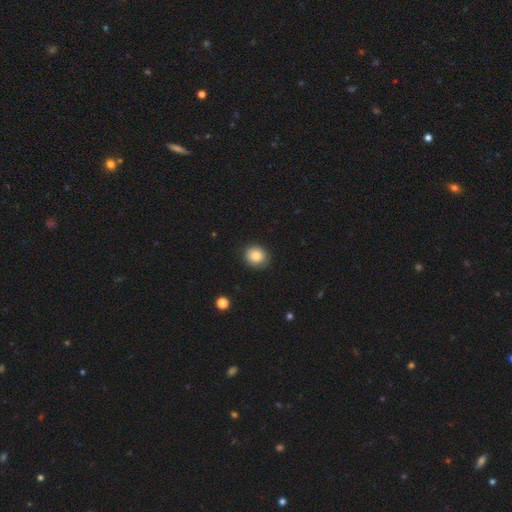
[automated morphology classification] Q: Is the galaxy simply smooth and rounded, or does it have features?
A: smooth — 84%.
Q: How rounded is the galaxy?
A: round — 75%.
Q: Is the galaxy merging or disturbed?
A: none — 87%.